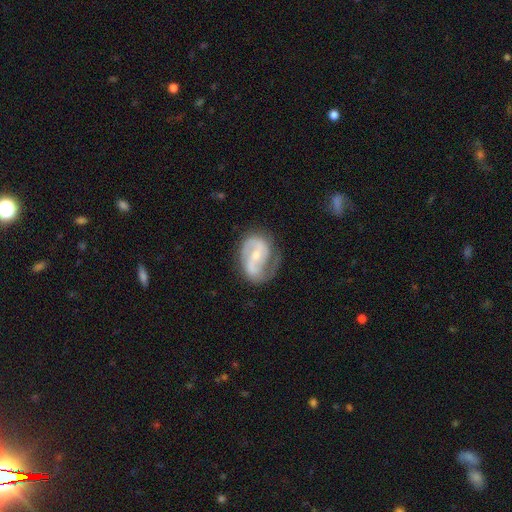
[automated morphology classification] type=featured or disk (85%); edge-on=no (97%); bar=weak (44%); spiral arms=yes (95%); winding=medium (49%); arm count=2 (82%); bulge=small (53%); merging=none (62%).